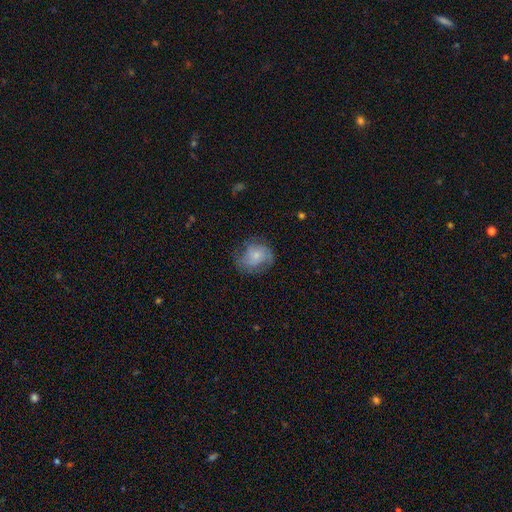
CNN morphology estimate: Smooth or featured: smooth — 52% (featured or disk — 39%)
How rounded: round — 67% (in between — 32%)
Merging: none — 58% (minor disturbance — 26%)